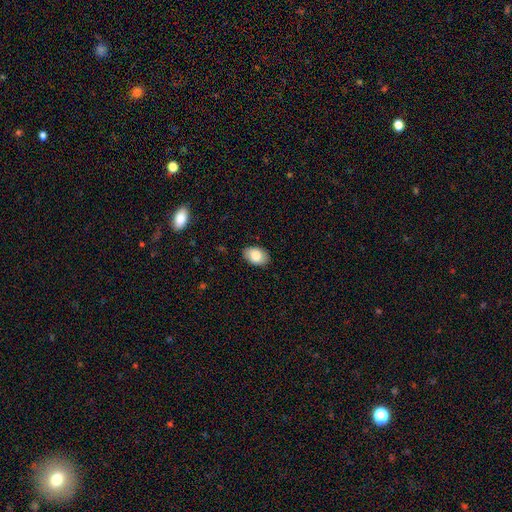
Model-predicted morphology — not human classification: type=smooth (85%); roundness=in between (87%); merging=none (85%).